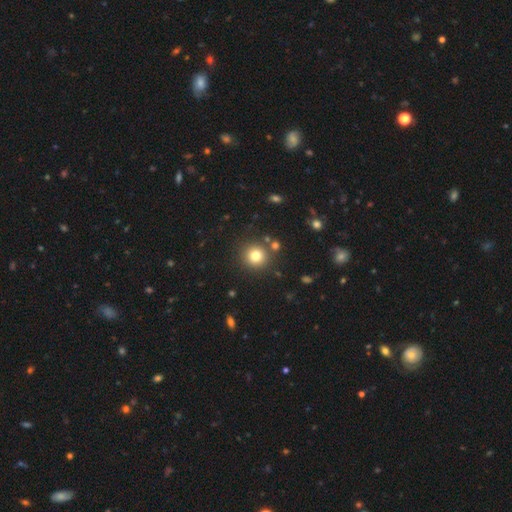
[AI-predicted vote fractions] Morphology: type=smooth (79%); roundness=round (93%); merging=none (85%).